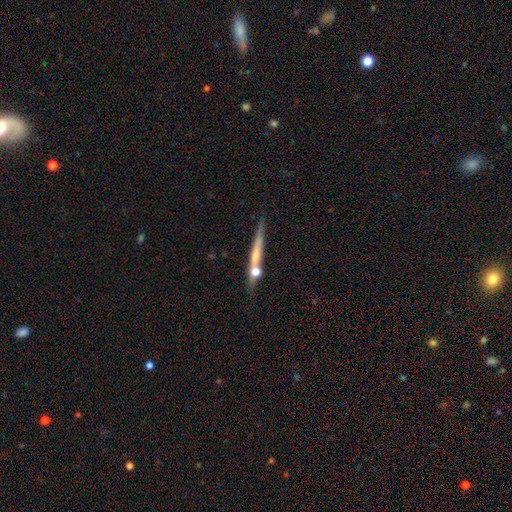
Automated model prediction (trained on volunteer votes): featured or disk 53%, smooth 39%, star or artifact 8%. Down the decision tree: edge-on disk — yes (92%); merging — none (63%).